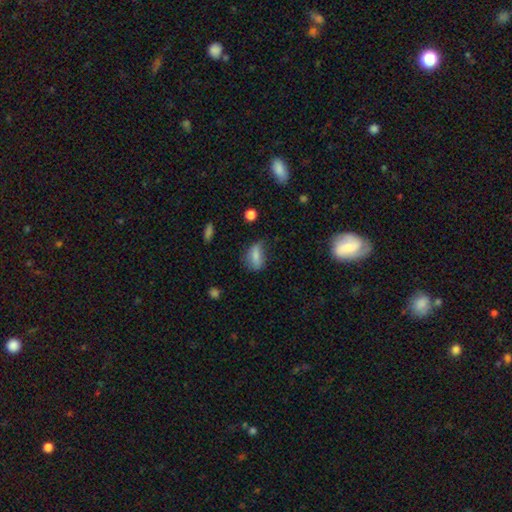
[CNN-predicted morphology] smooth_or_featured: smooth (p=0.75) [alt: featured or disk p=0.16]
how_rounded: in between (p=0.80) [alt: round p=0.11]
merging: none (p=0.49) [alt: minor disturbance p=0.35]